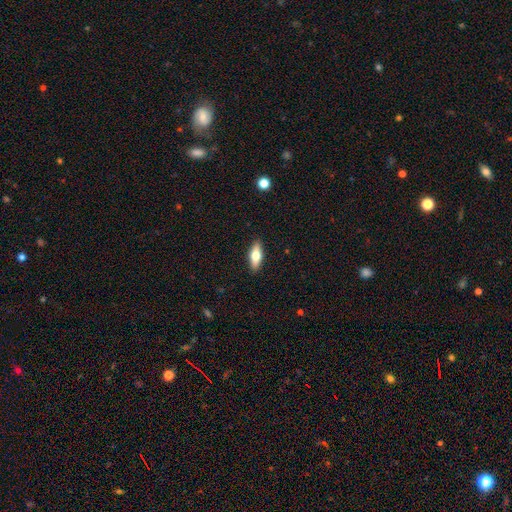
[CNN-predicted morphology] This appears to be a smooth galaxy with no disk features (62%) that is in between round and cigar-shaped (67%). Merging: none (90%).